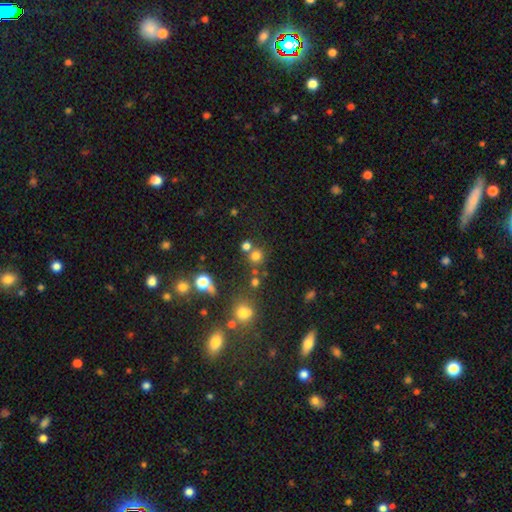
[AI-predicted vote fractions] Morphology: type=smooth (70%); roundness=round (89%); merging=none (65%).